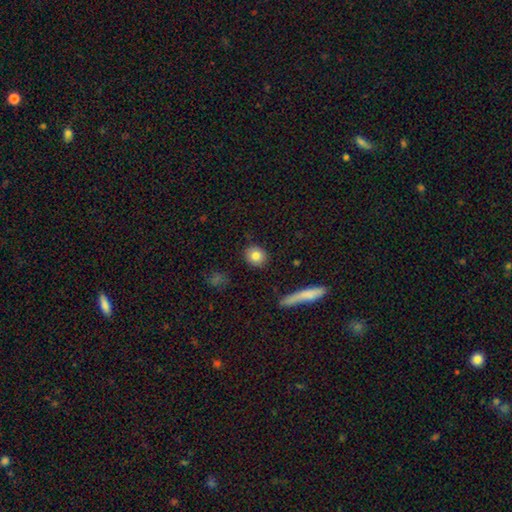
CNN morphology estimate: smooth_or_featured: smooth (p=0.82) [alt: featured or disk p=0.09]
how_rounded: round (p=0.79) [alt: in between p=0.19]
merging: none (p=0.90) [alt: minor disturbance p=0.07]